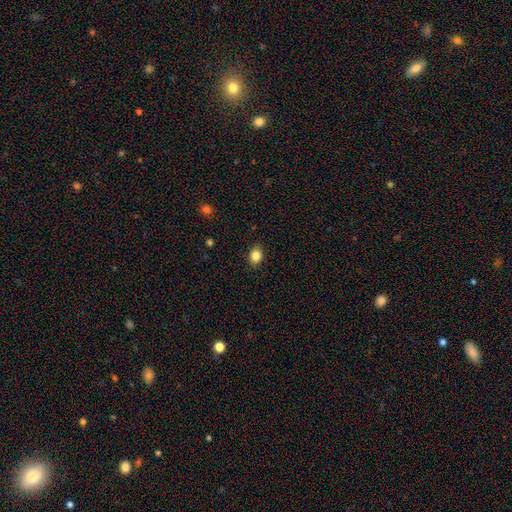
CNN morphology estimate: The model was most divided on "how rounded": in between: 59%, round: 40%, cigar-shaped: 1%. More confident: merging — none (88%); smooth or featured — smooth (84%).